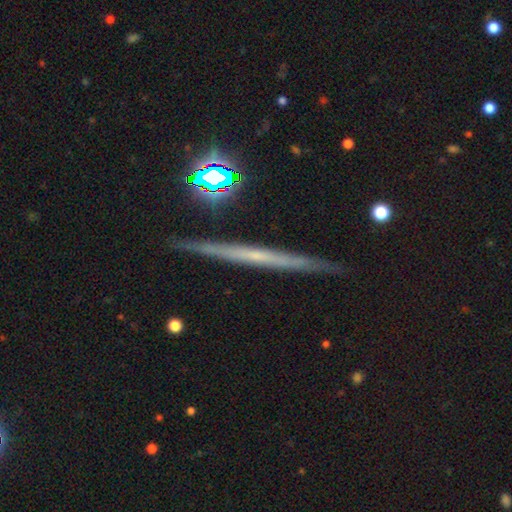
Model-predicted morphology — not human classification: featured or disk 62%, smooth 27%, star or artifact 11%. Down the decision tree: edge-on disk — yes (97%); edge-on bulge — none (83%); merging — none (89%).